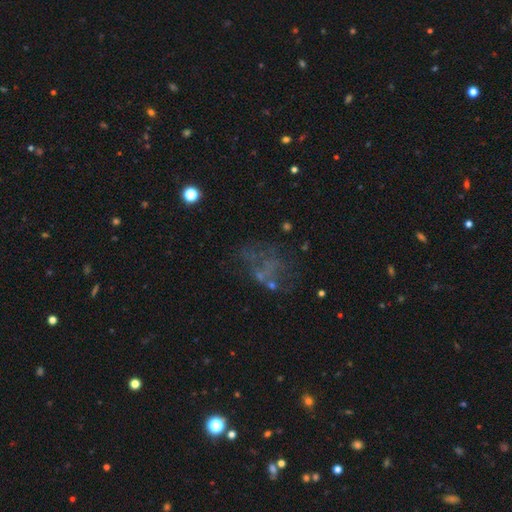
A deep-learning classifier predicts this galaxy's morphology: This appears to be a star or artifact, not a galaxy (39%).